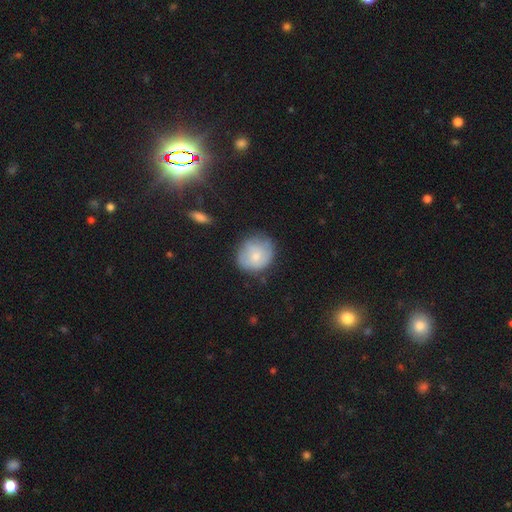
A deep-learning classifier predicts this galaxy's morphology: smooth-or-featured: smooth: 68% | featured or disk: 24% | star or artifact: 7%
  how-rounded: round: 84% | in between: 15% | cigar-shaped: 1%
  merging: none: 66% | minor disturbance: 24% | major disturbance: 7% | merger: 2%